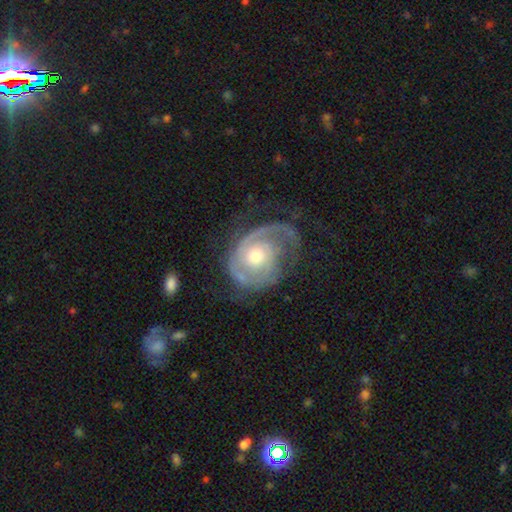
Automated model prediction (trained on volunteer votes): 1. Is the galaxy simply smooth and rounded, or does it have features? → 86% featured or disk, 9% smooth, 5% star or artifact.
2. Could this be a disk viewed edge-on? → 97% no, 3% yes.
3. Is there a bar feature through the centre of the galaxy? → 76% no, 20% weak, 4% strong.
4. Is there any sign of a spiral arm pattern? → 95% yes, 5% no.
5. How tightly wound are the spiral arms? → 58% tight, 32% medium, 11% loose.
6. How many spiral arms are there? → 39% 2, 26% 1, 16% can't tell, 12% 3, 3% 4, 3% more than 4.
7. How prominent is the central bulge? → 65% moderate, 26% small, 7% large, 1% none, 1% dominant.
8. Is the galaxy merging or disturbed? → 56% none, 22% minor disturbance, 20% major disturbance, 2% merger.